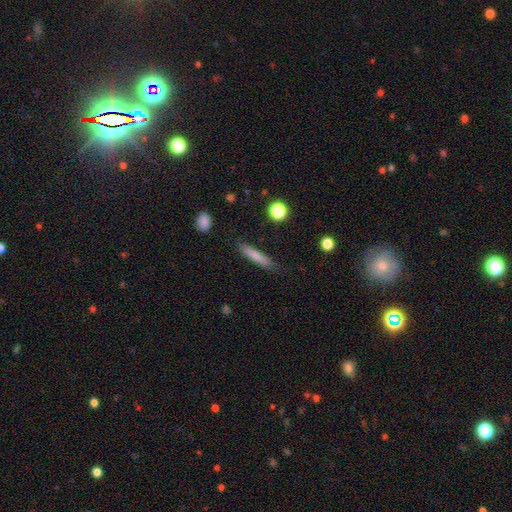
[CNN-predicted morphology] This appears to be a smooth galaxy with no disk features (76%) that is cigar-shaped (90%). Merging: none (83%).